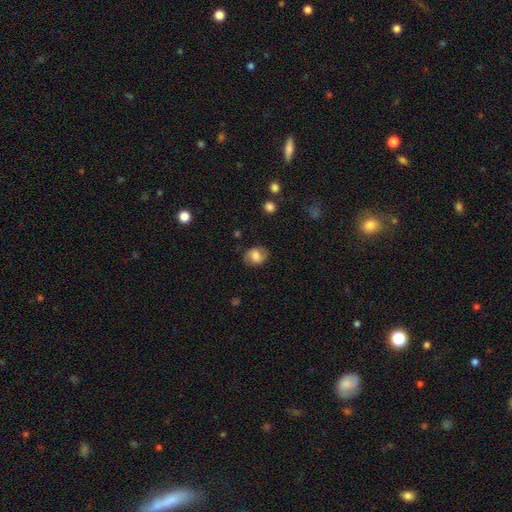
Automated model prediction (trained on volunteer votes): A smooth galaxy with no disk features (59%) that is in between round and cigar-shaped (53%). Merging: none (77%).